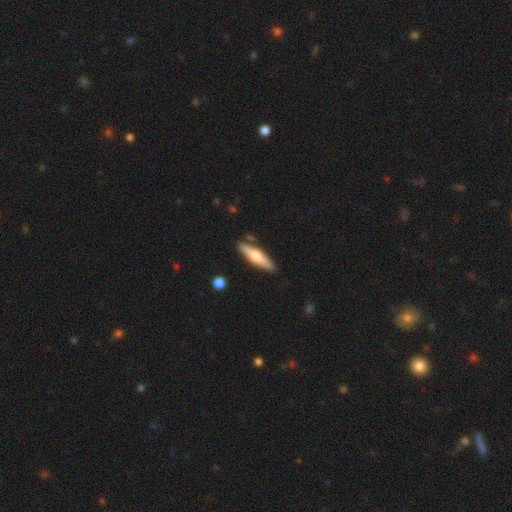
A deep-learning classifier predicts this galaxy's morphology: Smooth or featured: smooth — 50% (featured or disk — 45%)
Merging: none — 85% (minor disturbance — 10%)